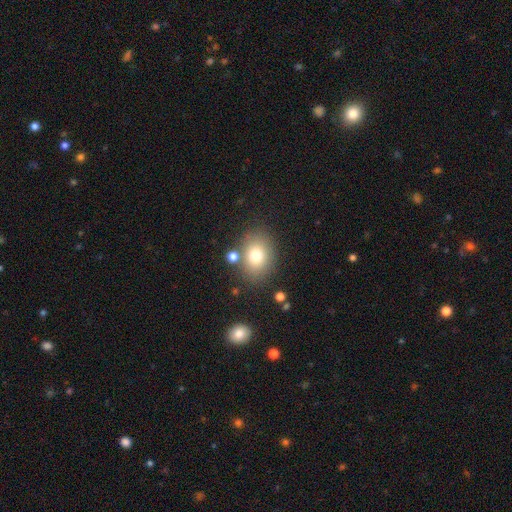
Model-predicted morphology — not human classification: Q: Smooth or featured?
A: smooth (77%); runner-up: featured or disk (12%)
Q: How rounded?
A: in between (62%); runner-up: round (37%)
Q: Merging?
A: none (77%); runner-up: minor disturbance (12%)